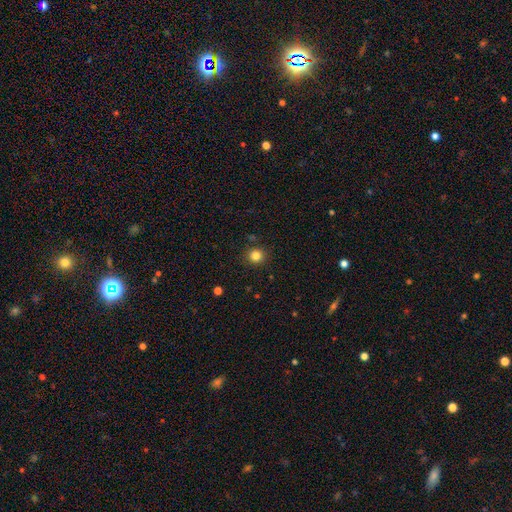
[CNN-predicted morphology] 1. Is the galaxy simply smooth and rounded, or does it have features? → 83% smooth, 12% star or artifact, 5% featured or disk.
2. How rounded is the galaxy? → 92% round, 7% in between, 1% cigar-shaped.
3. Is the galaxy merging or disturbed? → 90% none, 6% minor disturbance, 2% major disturbance, 2% merger.